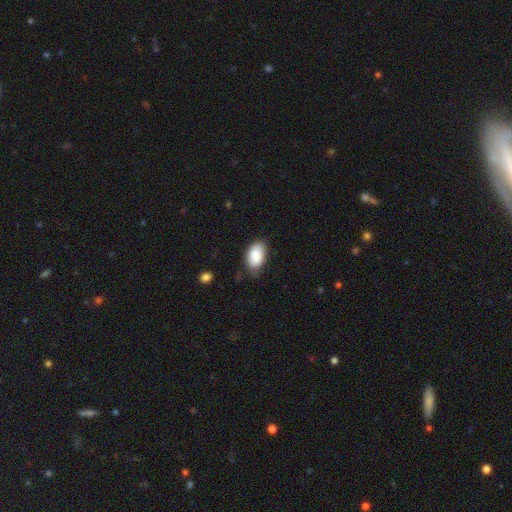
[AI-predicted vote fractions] Smooth or featured? Predicted: smooth (p=0.87). How rounded? Predicted: in between (p=0.93). Merging? Predicted: none (p=0.71).